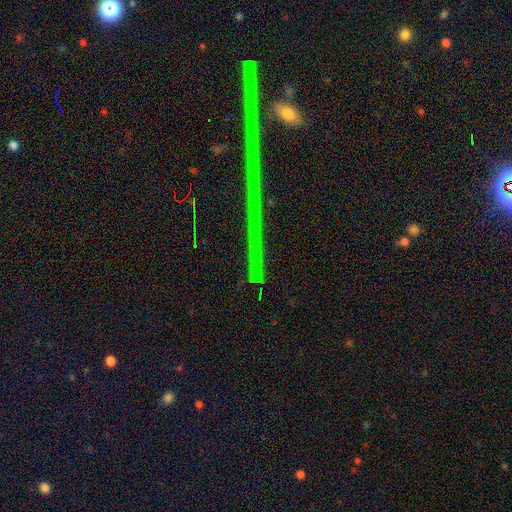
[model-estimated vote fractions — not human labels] Q: Smooth or featured?
A: star or artifact (80%); runner-up: featured or disk (12%)